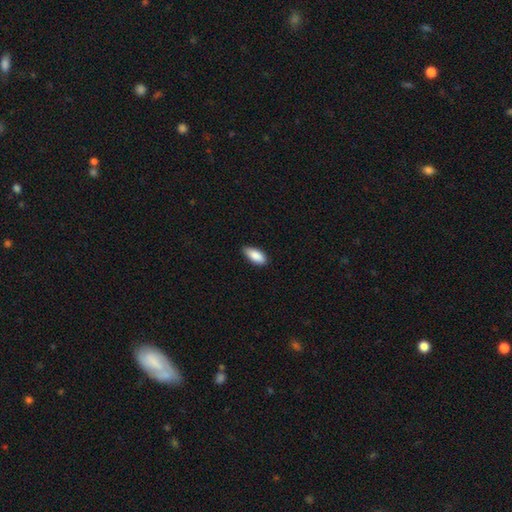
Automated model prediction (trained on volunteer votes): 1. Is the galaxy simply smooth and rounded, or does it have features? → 88% smooth, 6% star or artifact, 6% featured or disk.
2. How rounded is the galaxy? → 86% in between, 12% cigar-shaped, 2% round.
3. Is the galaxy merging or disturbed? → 77% none, 19% minor disturbance, 2% major disturbance, 1% merger.